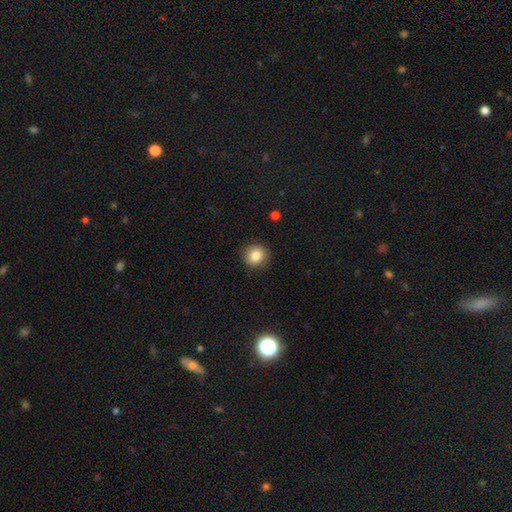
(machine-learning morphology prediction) This appears to be a smooth galaxy with no disk features (84%) that is round (89%). Merging: none (90%).